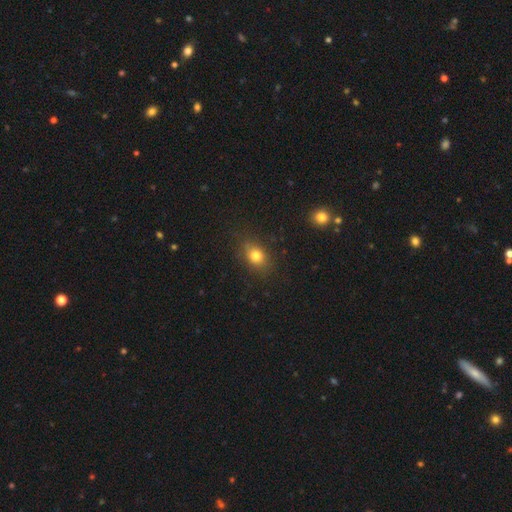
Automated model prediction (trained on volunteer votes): This is likely a smooth galaxy (79%). How rounded: likely in between (62%). Merging: likely none (78%).